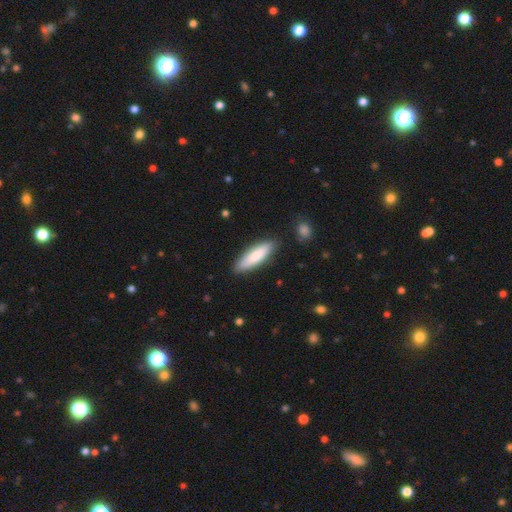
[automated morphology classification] Overall: smooth (81%). How rounded: cigar-shaped (64%; in between 35%). Merging: none (86%).